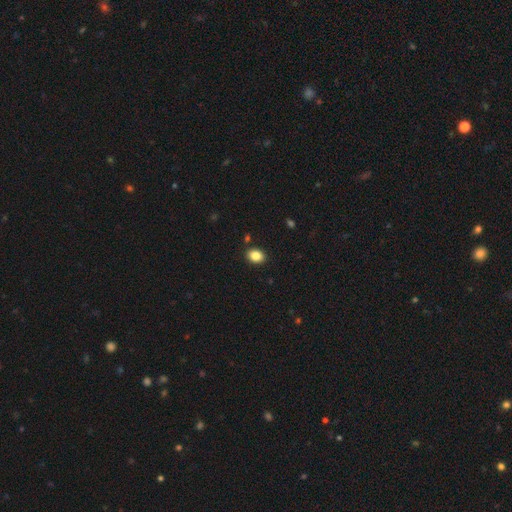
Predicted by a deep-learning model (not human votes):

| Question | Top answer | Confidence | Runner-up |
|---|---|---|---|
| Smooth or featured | smooth | 85% | star or artifact (9%) |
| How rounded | in between | 63% | round (36%) |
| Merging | none | 89% | minor disturbance (7%) |